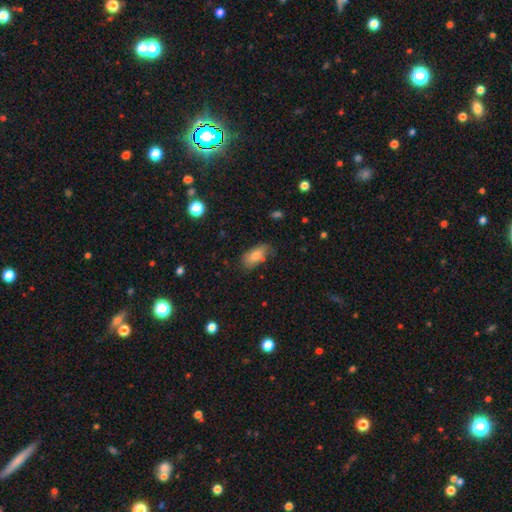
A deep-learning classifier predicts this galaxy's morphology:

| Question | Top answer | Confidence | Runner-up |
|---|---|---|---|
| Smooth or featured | smooth | 78% | featured or disk (14%) |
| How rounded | in between | 89% | cigar-shaped (7%) |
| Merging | none | 58% | minor disturbance (29%) |